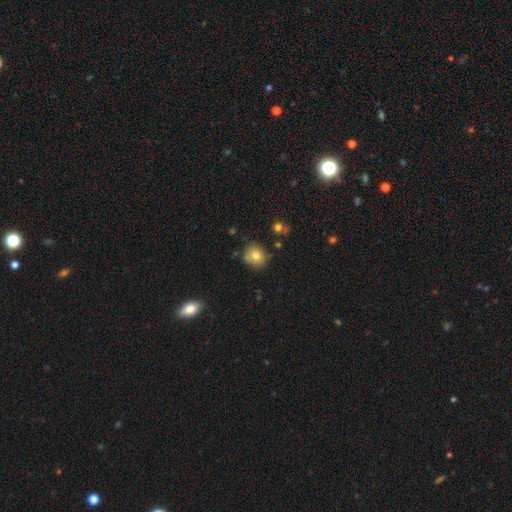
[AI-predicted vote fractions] smooth 77%, featured or disk 12%, star or artifact 11%. Down the decision tree: how rounded — round (80%); merging — none (73%).